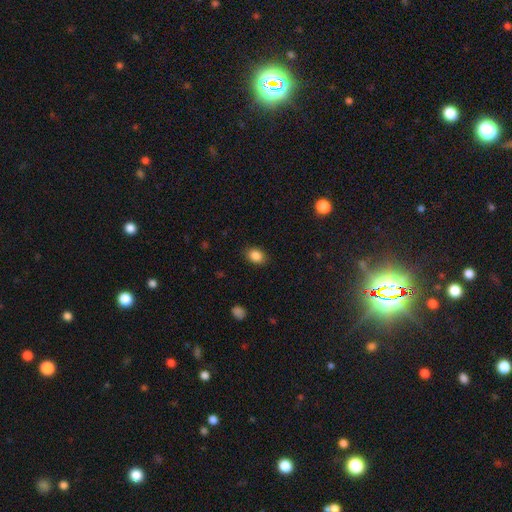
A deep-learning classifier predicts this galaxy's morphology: Smooth or featured?
  - smooth: 86% *
  - star or artifact: 9%
  - featured or disk: 4%
How rounded?
  - in between: 70% *
  - round: 29%
  - cigar-shaped: 1%
Merging?
  - none: 88% *
  - minor disturbance: 9%
  - major disturbance: 3%
  - merger: 1%